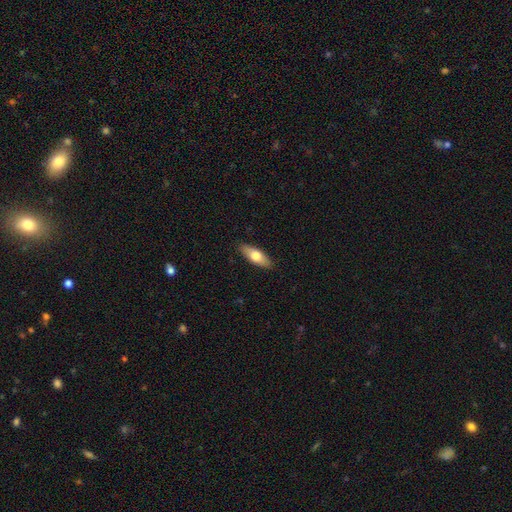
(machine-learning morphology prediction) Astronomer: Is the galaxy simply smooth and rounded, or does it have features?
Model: smooth — 68%.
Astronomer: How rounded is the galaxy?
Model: in between — 69%.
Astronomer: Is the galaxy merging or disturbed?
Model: none — 89%.